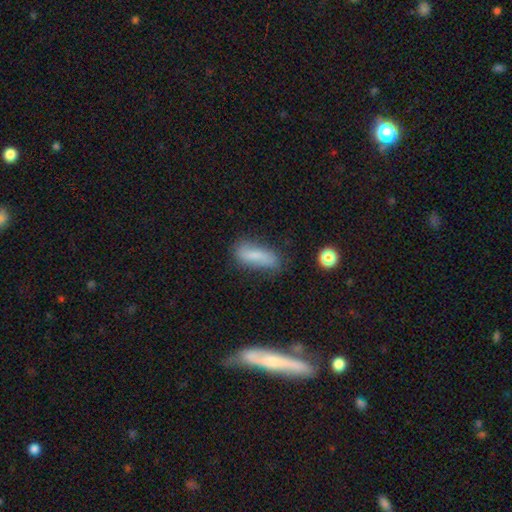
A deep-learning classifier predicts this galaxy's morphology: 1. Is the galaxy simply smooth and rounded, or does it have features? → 70% smooth, 21% featured or disk, 9% star or artifact.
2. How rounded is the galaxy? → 66% in between, 31% cigar-shaped, 3% round.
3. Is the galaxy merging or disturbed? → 57% none, 30% minor disturbance, 9% major disturbance, 4% merger.